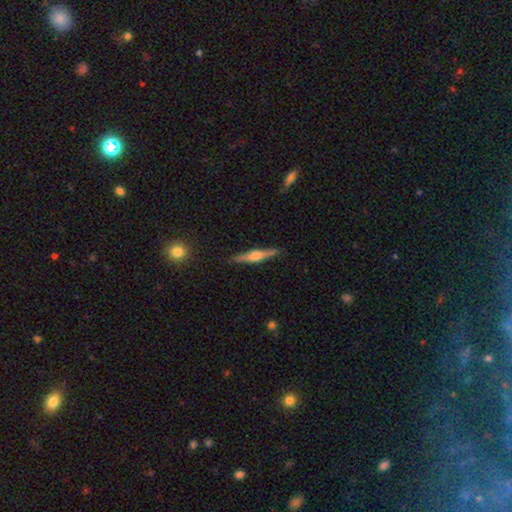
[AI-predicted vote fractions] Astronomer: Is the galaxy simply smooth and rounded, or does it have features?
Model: featured or disk — 73%.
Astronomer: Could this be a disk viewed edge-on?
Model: yes — 98%.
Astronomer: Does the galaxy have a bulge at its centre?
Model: rounded — 83%.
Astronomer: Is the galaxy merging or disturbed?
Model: none — 90%.